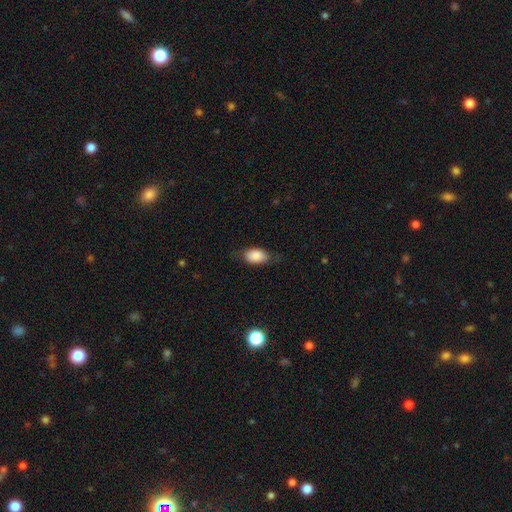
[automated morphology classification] A smooth galaxy with no disk features (85%) that is in between round and cigar-shaped (88%).

Vote fractions:
- Smooth or featured? smooth: 85% / featured or disk: 8% / star or artifact: 7%
- How rounded? in between: 88% / round: 9% / cigar-shaped: 3%
- Merging? none: 72% / minor disturbance: 20% / major disturbance: 7% / merger: 1%